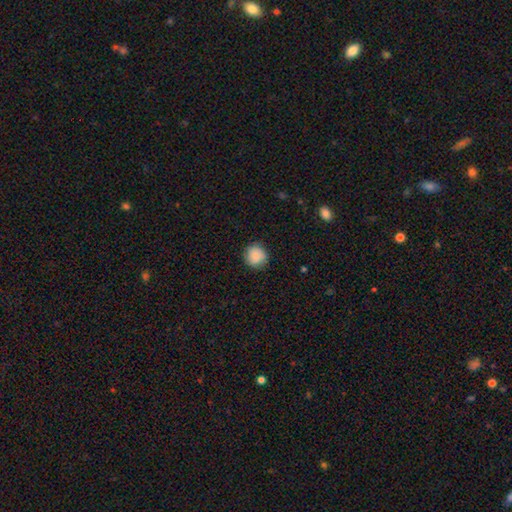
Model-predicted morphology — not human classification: This is clearly a smooth galaxy (87%). How rounded: clearly round (90%). Merging: clearly none (85%).